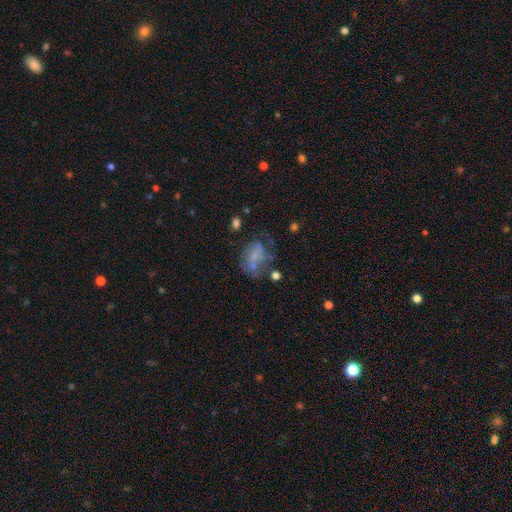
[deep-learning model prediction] smooth_or_featured: smooth (p=0.43) [tied with: featured or disk p=0.43]
merging: major disturbance (p=0.37) [alt: none p=0.31]